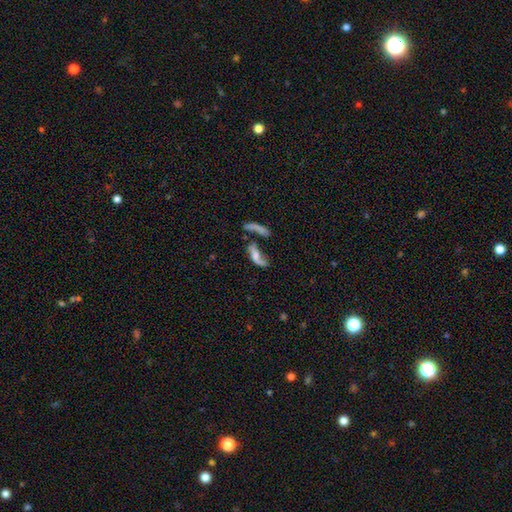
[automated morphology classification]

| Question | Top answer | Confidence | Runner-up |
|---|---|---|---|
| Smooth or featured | featured or disk | 54% | smooth (36%) |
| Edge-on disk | no | 83% | yes (17%) |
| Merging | merger | 34% | none (27%) |